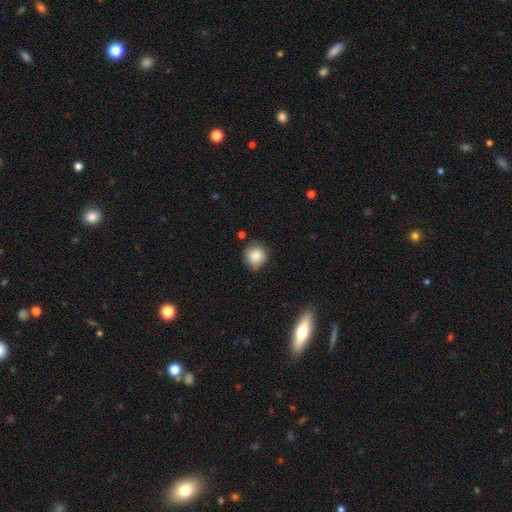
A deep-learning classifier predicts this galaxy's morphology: smooth 85%, star or artifact 9%, featured or disk 6%. Down the decision tree: how rounded — round (92%); merging — none (79%).